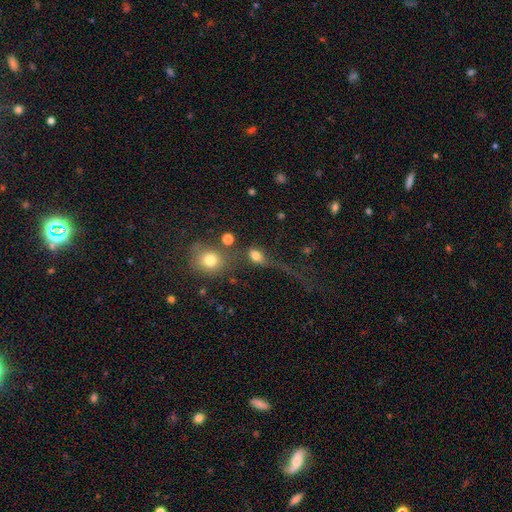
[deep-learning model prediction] Morphology: type=smooth (73%); roundness=in between (60%); merging=none (36%).